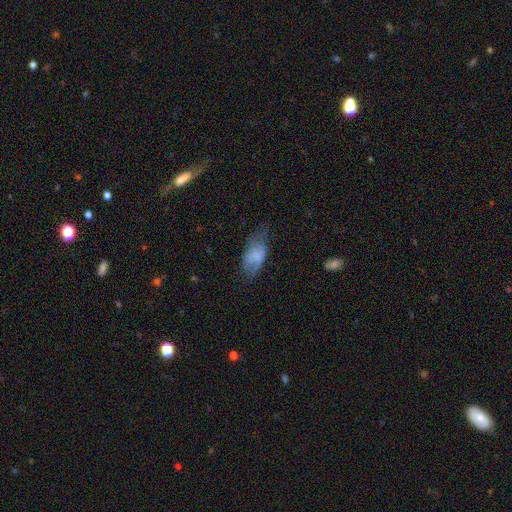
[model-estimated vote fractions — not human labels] This is possibly a smooth galaxy (59%). How rounded: clearly in between (89%). Merging: possibly none (45%).